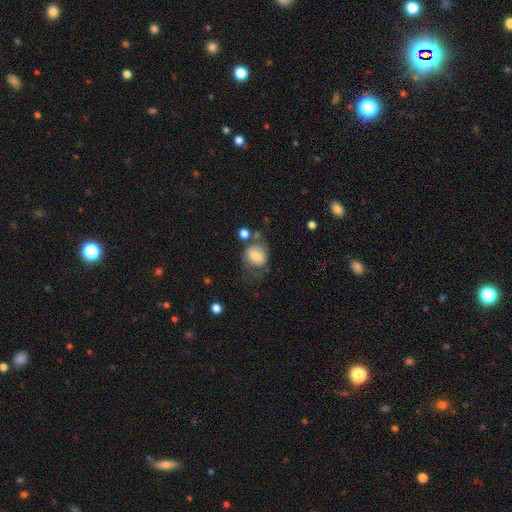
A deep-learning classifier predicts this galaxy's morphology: Smooth or featured? smooth (71%)
How rounded? round (63%)
Merging? none (46%)